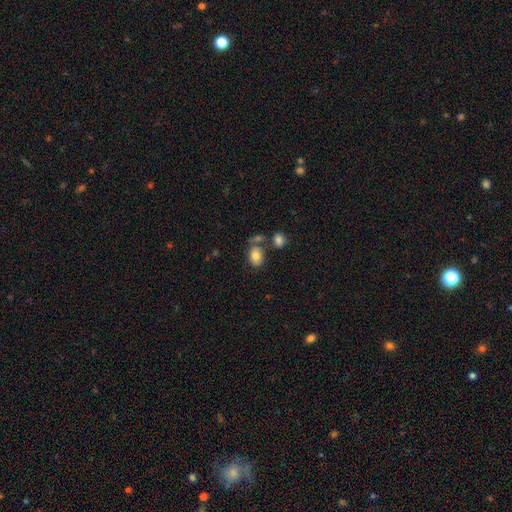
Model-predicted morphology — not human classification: This appears to be a smooth galaxy with no disk features (77%) that is in between round and cigar-shaped (73%). Merging: none (56%).